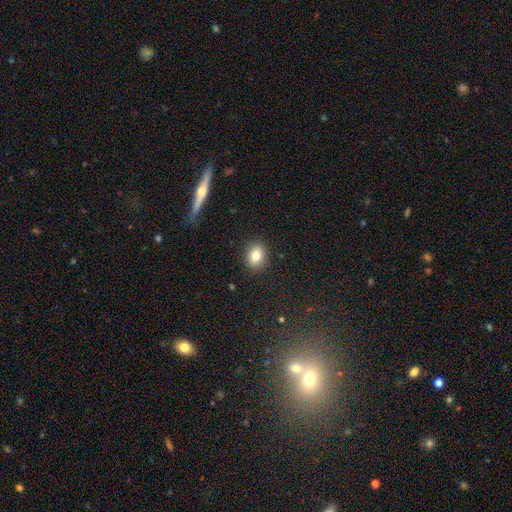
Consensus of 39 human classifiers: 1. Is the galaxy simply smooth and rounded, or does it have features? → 82% smooth, 10% star or artifact, 8% featured or disk.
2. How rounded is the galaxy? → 50% round, 44% in between, 6% cigar-shaped.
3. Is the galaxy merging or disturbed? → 97% none, 3% minor disturbance, 0% major disturbance, 0% merger.